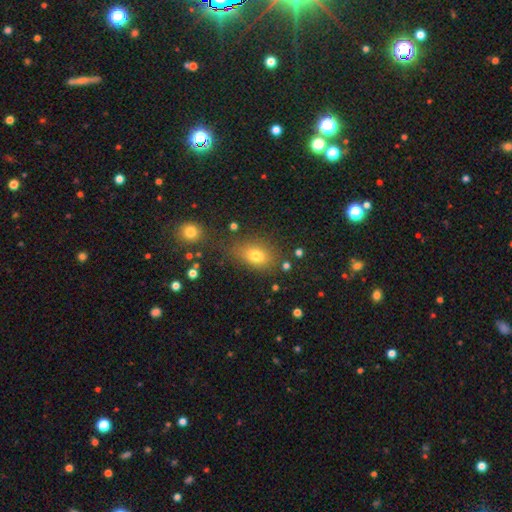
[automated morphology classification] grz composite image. It shows a smooth galaxy with no disk features (73%) that is in between round and cigar-shaped (71%). Merging: none (72%).